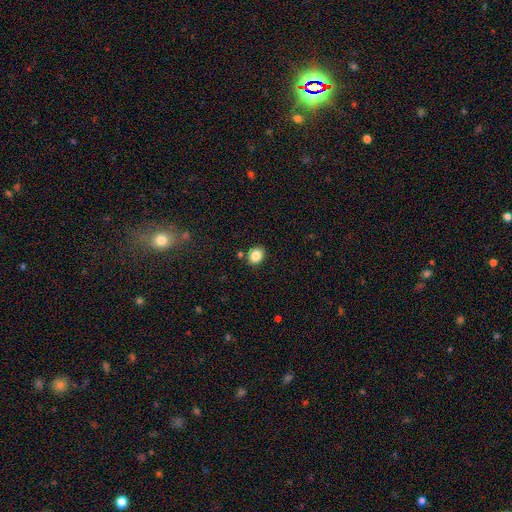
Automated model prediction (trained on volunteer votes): Overall: smooth (85%). How rounded: round (51%; in between 48%). Merging: none (85%).